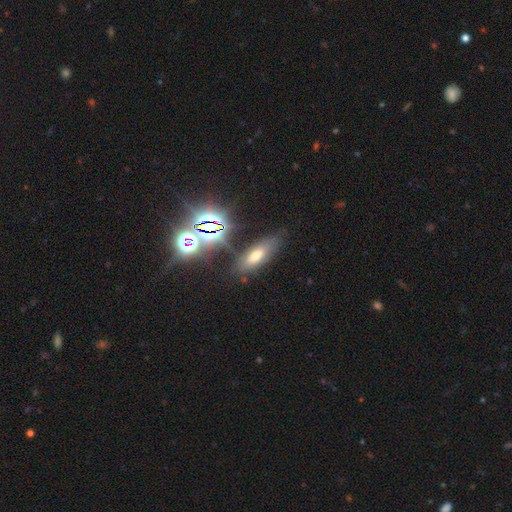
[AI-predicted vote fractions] Q: Smooth or featured?
A: smooth (49%); runner-up: star or artifact (32%)
Q: Merging?
A: none (74%); runner-up: minor disturbance (15%)